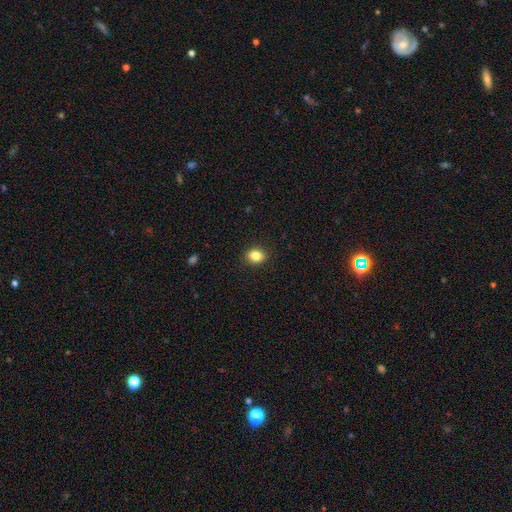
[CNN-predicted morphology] Overall: smooth (84%). How rounded: in between (50%; round 49%). Merging: none (89%).